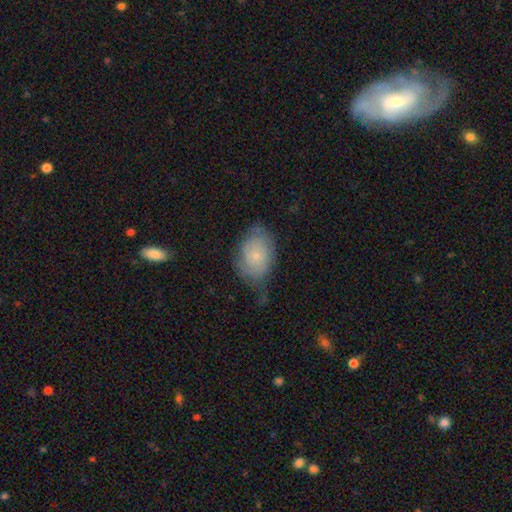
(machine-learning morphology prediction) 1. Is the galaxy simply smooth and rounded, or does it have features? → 62% smooth, 30% featured or disk, 7% star or artifact.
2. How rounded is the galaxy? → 81% in between, 17% round, 1% cigar-shaped.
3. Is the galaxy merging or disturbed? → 48% none, 35% minor disturbance, 14% major disturbance, 2% merger.